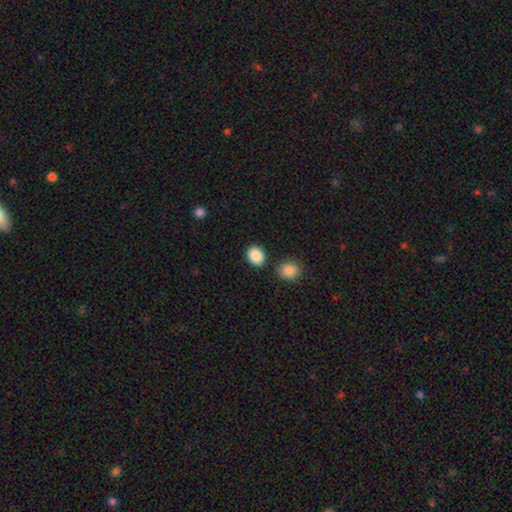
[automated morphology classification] Q: Smooth or featured?
A: smooth (88%); runner-up: star or artifact (8%)
Q: How rounded?
A: in between (57%); runner-up: round (42%)
Q: Merging?
A: none (81%); runner-up: minor disturbance (10%)